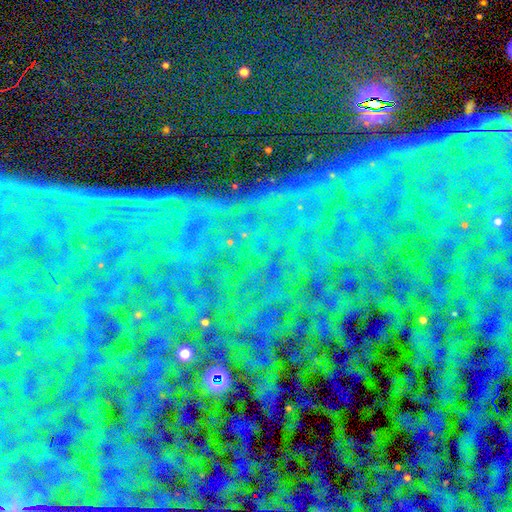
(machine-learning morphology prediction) A star or artifact, not a galaxy (87%).